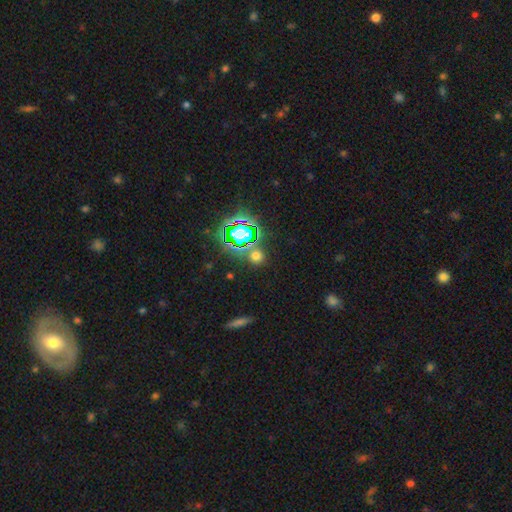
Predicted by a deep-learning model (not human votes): Overall: smooth (55%; star or artifact 38%). How rounded: round (85%). Merging: none (81%).